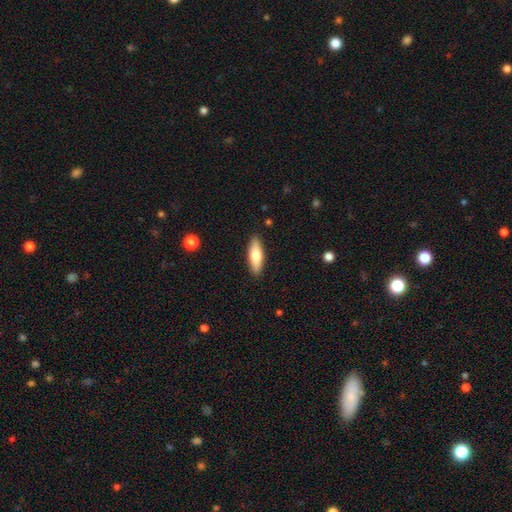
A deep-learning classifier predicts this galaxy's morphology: smooth-or-featured: smooth: 70% | featured or disk: 25% | star or artifact: 6%
  how-rounded: in between: 58% | cigar-shaped: 40% | round: 2%
  merging: none: 89% | minor disturbance: 8% | major disturbance: 2% | merger: 1%